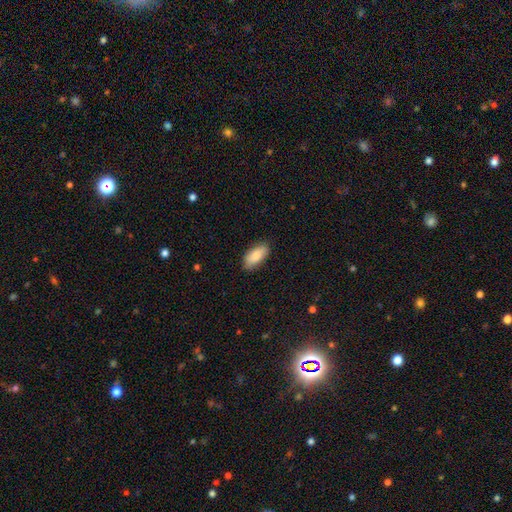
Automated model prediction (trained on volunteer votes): The model was most divided on "merging": none: 84%, minor disturbance: 12%, major disturbance: 2%, merger: 1%. More confident: how rounded — in between (89%); smooth or featured — smooth (85%).